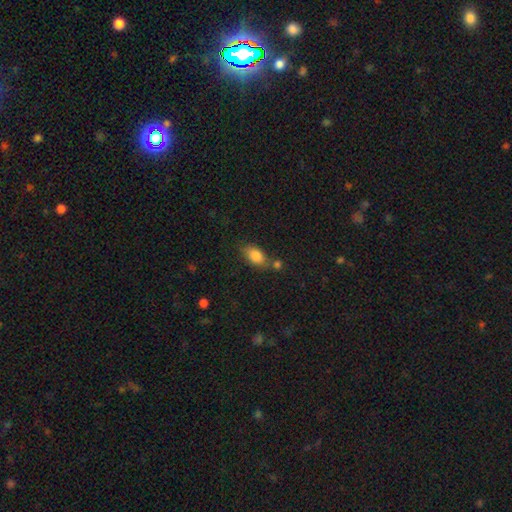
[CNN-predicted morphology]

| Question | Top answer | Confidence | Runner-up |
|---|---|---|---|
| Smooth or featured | smooth | 83% | featured or disk (9%) |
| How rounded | in between | 87% | round (9%) |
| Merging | none | 61% | merger (17%) |